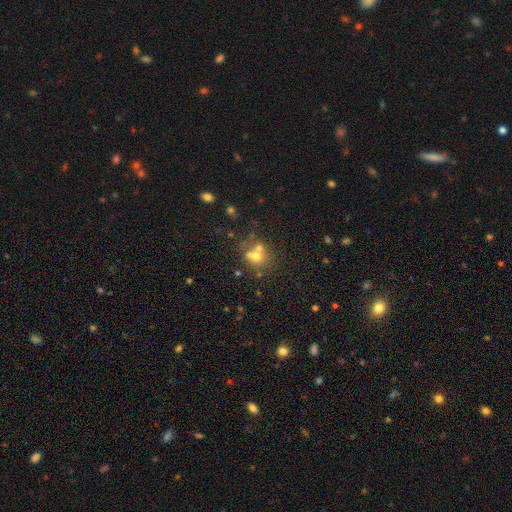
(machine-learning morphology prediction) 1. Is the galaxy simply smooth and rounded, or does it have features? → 58% smooth, 24% featured or disk, 18% star or artifact.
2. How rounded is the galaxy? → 73% round, 26% in between, 1% cigar-shaped.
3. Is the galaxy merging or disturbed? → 43% merger, 42% none, 10% minor disturbance, 5% major disturbance.